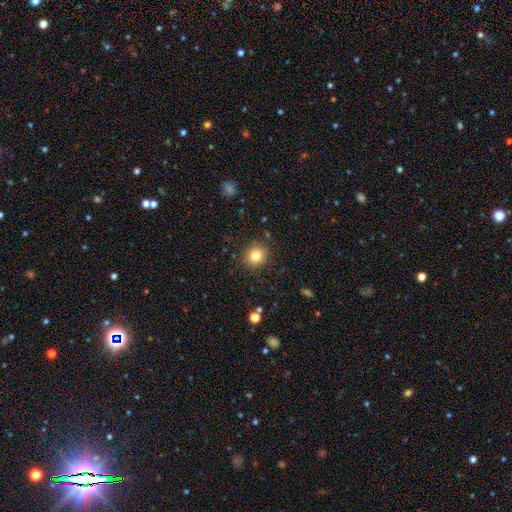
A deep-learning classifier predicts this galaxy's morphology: Smooth or featured?
  - smooth: 82% *
  - star or artifact: 11%
  - featured or disk: 7%
How rounded?
  - round: 79% *
  - in between: 20%
  - cigar-shaped: 1%
Merging?
  - none: 88% *
  - minor disturbance: 8%
  - major disturbance: 3%
  - merger: 1%